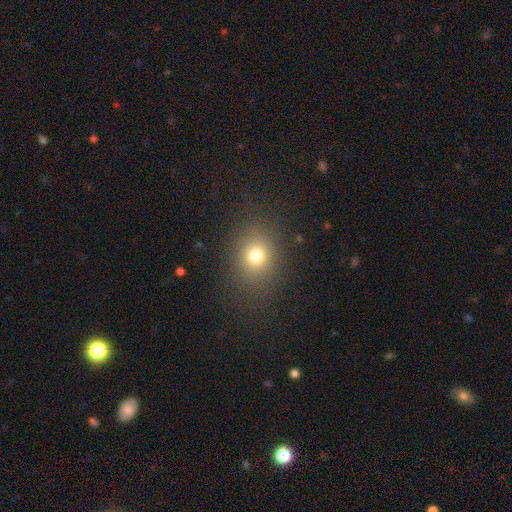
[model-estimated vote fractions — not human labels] Smooth or featured: smooth — 74% (star or artifact — 17%)
How rounded: round — 62% (in between — 37%)
Merging: none — 83% (minor disturbance — 10%)